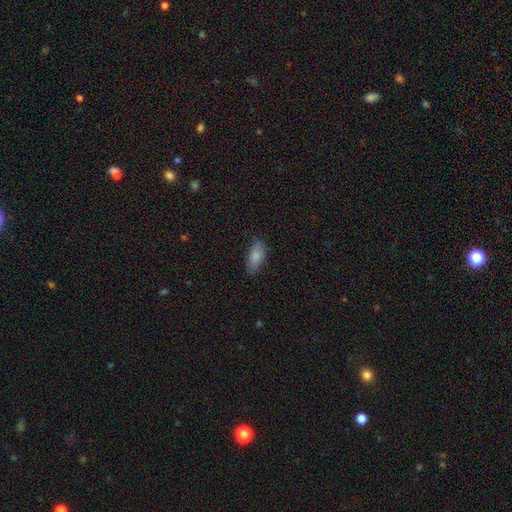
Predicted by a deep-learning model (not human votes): Overall: smooth (85%). How rounded: in between (90%). Merging: none (76%).